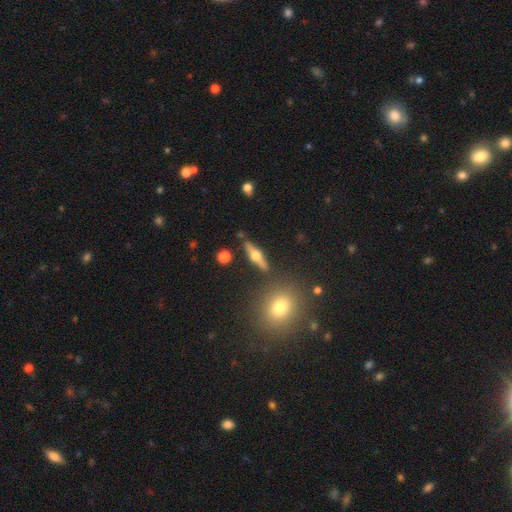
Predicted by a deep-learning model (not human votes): This appears to be a featured or disk galaxy (67%) viewed edge-on (94%) with a rounded central bulge (96%). Merging: none (83%).